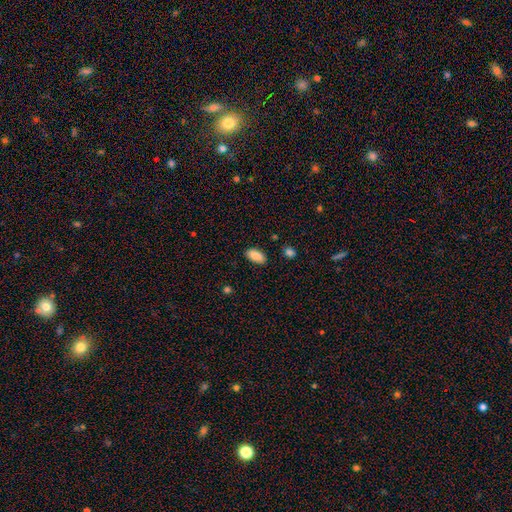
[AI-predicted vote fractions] Overall: smooth (88%). How rounded: in between (91%). Merging: none (84%).